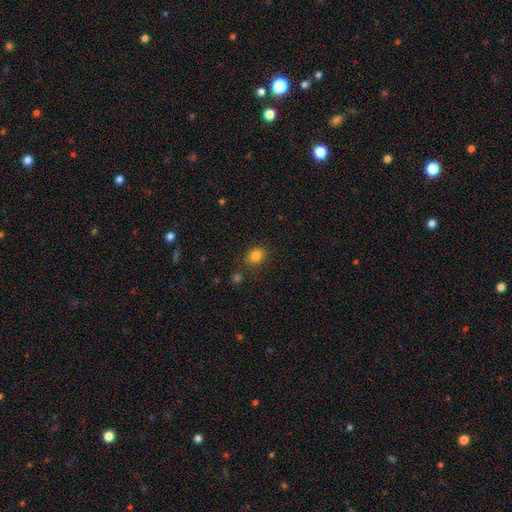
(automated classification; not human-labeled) This is clearly a smooth galaxy (83%). How rounded: possibly round (57%). Merging: clearly none (82%).